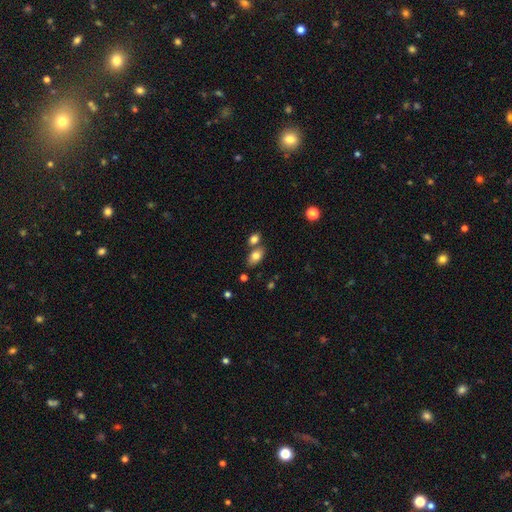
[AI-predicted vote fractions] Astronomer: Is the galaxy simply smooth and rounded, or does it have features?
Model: smooth — 80%.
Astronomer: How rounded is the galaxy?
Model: in between — 88%.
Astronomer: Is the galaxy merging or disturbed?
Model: none — 61%.